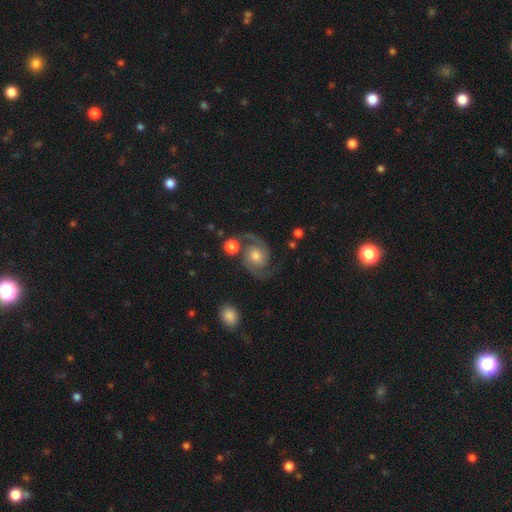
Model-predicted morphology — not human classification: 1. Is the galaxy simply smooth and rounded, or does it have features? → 88% featured or disk, 6% smooth, 6% star or artifact.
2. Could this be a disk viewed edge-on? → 98% no, 2% yes.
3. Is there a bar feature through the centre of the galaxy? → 75% no, 20% weak, 5% strong.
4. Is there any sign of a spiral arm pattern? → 98% yes, 2% no.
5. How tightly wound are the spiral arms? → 56% medium, 22% tight, 21% loose.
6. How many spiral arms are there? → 94% 2, 2% can't tell, 1% 1, 1% 3, 1% 4, 1% more than 4.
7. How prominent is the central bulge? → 59% moderate, 29% small, 8% large, 3% none, 2% dominant.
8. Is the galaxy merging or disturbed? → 76% none, 13% minor disturbance, 6% major disturbance, 6% merger.